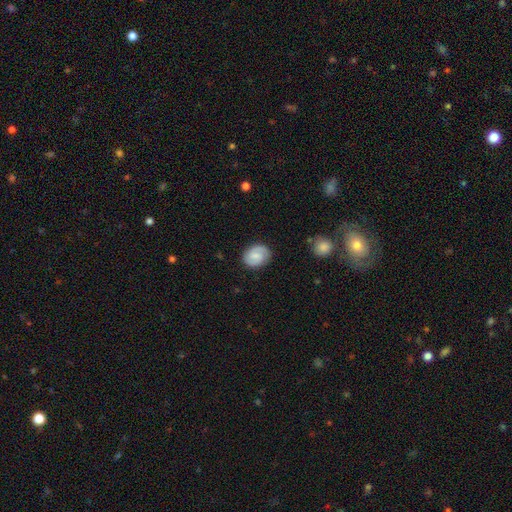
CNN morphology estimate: Smooth or featured: featured or disk — 54% (smooth — 39%)
Edge-on disk: no — 98% (yes — 2%)
Bar: weak — 53% (no — 36%)
Spiral arms: yes — 91% (no — 9%)
Bulge size: small — 46% (moderate — 33%)
Merging: none — 83% (minor disturbance — 12%)